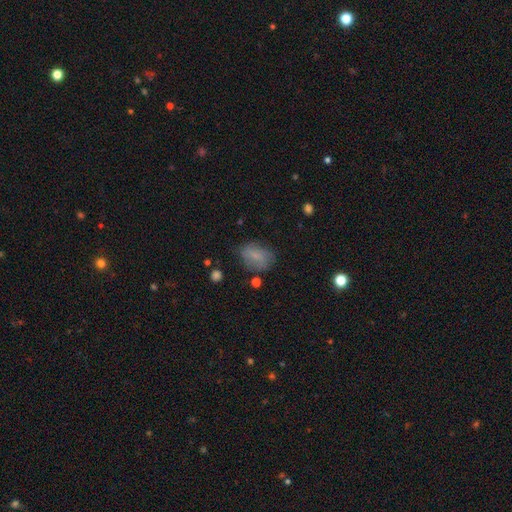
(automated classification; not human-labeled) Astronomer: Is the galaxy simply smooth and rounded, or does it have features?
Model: smooth — 71%.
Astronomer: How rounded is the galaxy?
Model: in between — 79%.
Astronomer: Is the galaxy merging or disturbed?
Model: none — 66%.